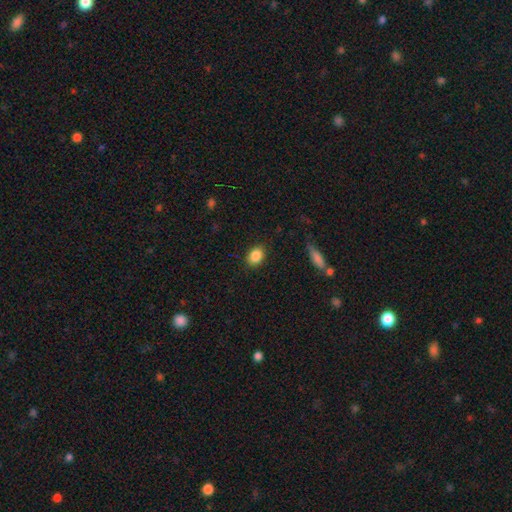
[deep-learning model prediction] Smooth or featured? smooth (87%)
How rounded? in between (68%)
Merging? none (87%)